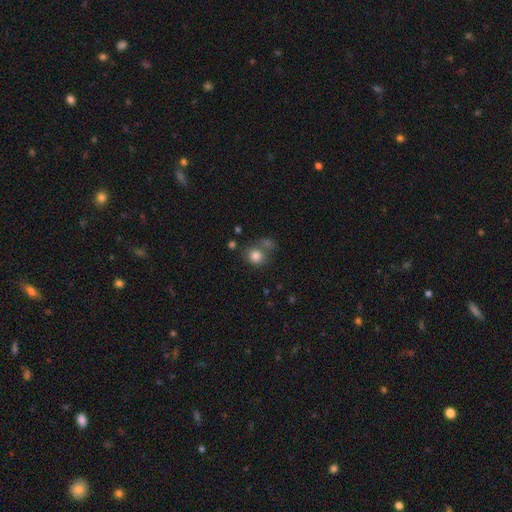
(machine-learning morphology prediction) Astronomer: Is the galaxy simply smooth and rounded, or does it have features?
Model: smooth — 82%.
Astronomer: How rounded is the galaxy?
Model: round — 80%.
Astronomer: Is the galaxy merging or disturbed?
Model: none — 59%.